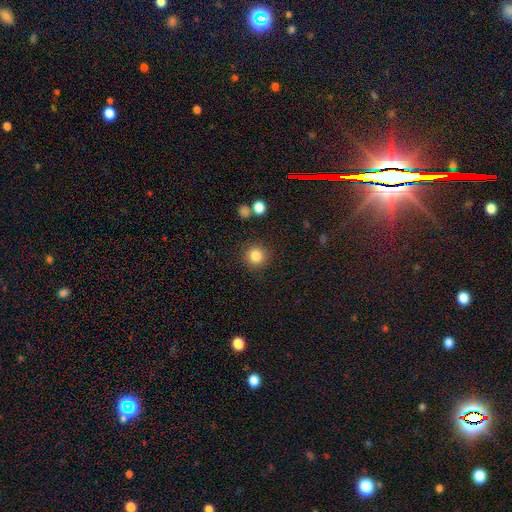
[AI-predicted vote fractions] The model was most divided on "smooth or featured": smooth: 84%, star or artifact: 11%, featured or disk: 5%. More confident: how rounded — round (93%); merging — none (88%).